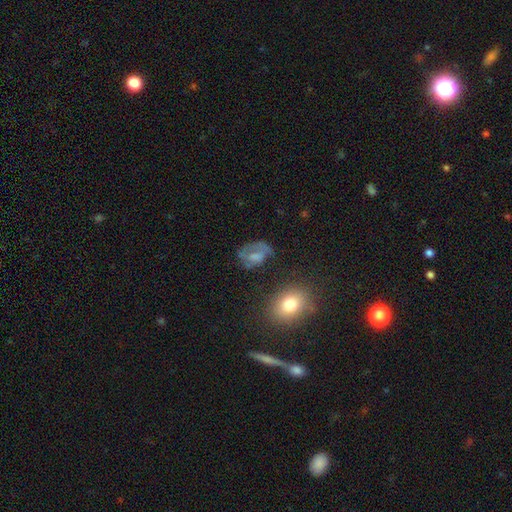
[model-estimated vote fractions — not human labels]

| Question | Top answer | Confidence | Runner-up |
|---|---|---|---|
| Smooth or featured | smooth | 47% | featured or disk (40%) |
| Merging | none | 43% | major disturbance (27%) |